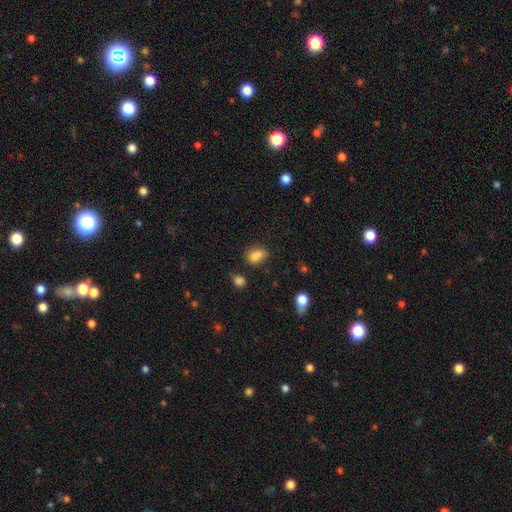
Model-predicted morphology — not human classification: The model was most divided on "merging": none: 54%, minor disturbance: 26%, merger: 12%, major disturbance: 8%. More confident: smooth or featured — smooth (81%); how rounded — in between (73%).